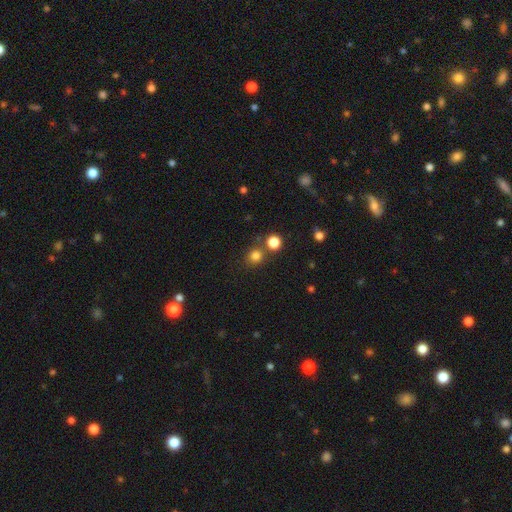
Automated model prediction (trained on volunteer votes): Smooth or featured?
  - smooth: 79% *
  - star or artifact: 16%
  - featured or disk: 5%
How rounded?
  - round: 87% *
  - in between: 12%
  - cigar-shaped: 1%
Merging?
  - none: 73% *
  - merger: 16%
  - minor disturbance: 8%
  - major disturbance: 3%